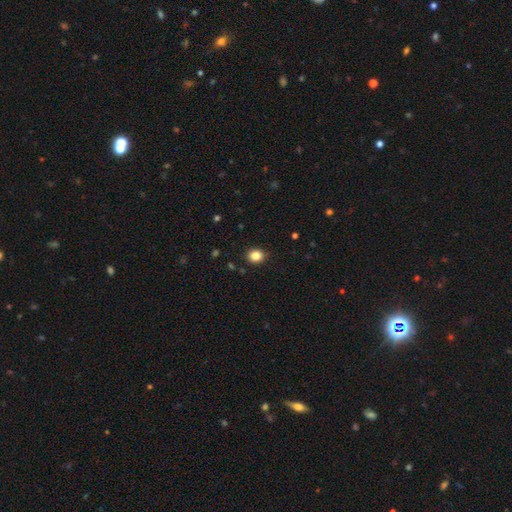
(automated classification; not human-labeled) A smooth galaxy with no disk features (84%) that is round (67%).

Vote fractions:
- Smooth or featured? smooth: 84% / star or artifact: 11% / featured or disk: 5%
- How rounded? round: 67% / in between: 32% / cigar-shaped: 1%
- Merging? none: 89% / minor disturbance: 8% / major disturbance: 2% / merger: 1%